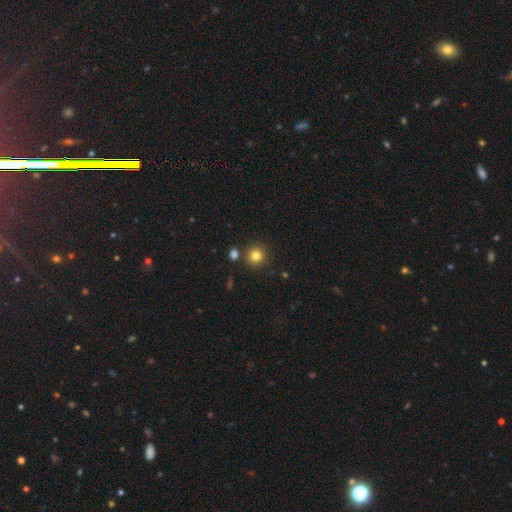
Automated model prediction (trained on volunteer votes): This appears to be a smooth galaxy with no disk features (81%) that is round (92%). Merging: none (84%).